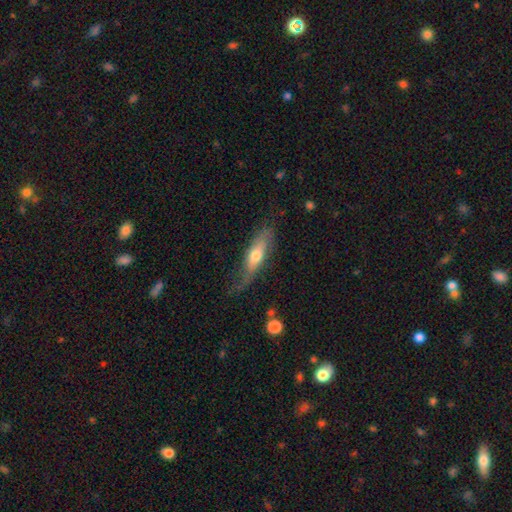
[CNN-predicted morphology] Smooth or featured? Predicted: smooth (p=0.54). How rounded? Predicted: cigar-shaped (p=0.50). Merging? Predicted: none (p=0.52).